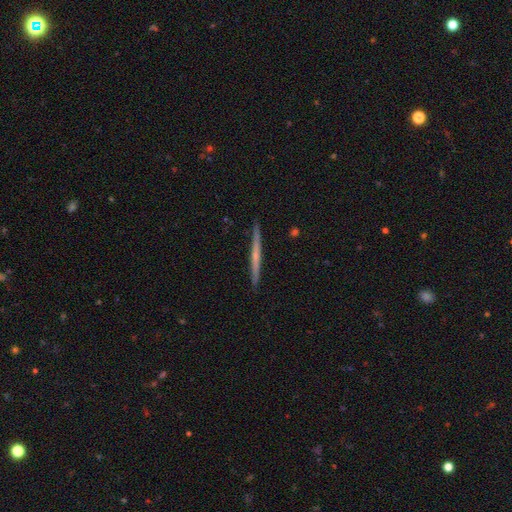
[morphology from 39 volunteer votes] A featured or disk galaxy (54%) viewed edge-on (100%) with no central bulge (67%). Merging: none (89%).